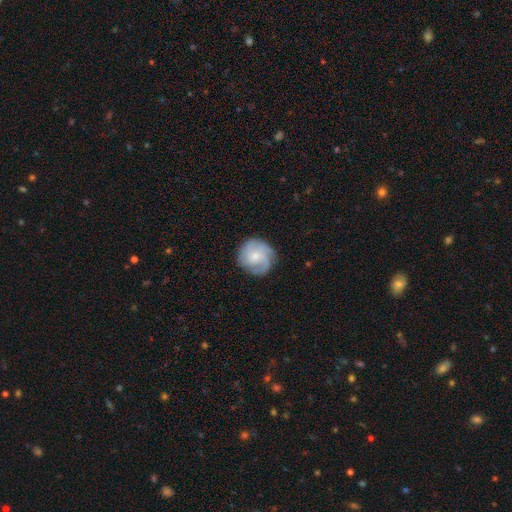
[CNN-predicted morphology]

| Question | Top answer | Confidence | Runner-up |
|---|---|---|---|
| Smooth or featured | featured or disk | 71% | smooth (23%) |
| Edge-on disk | no | 98% | yes (2%) |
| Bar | no | 71% | weak (25%) |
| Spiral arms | yes | 95% | no (5%) |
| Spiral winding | tight | 47% | medium (40%) |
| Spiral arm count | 3 | 47% | 4 (18%) |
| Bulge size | small | 54% | moderate (37%) |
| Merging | none | 81% | minor disturbance (14%) |